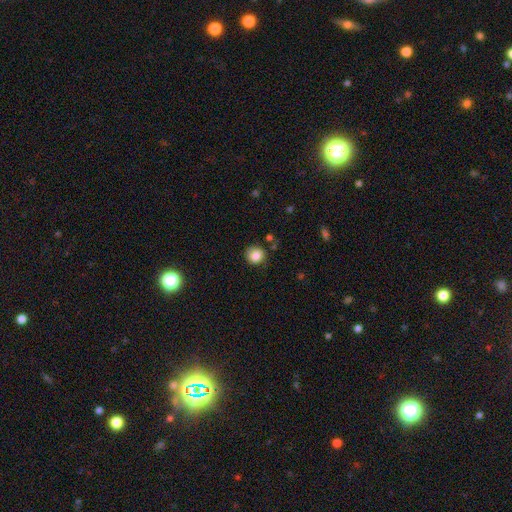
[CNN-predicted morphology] Smooth or featured? smooth (85%)
How rounded? round (85%)
Merging? none (78%)